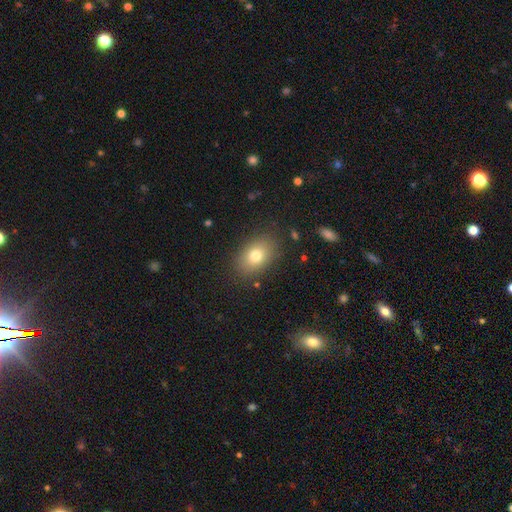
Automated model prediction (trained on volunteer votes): Q: Smooth or featured?
A: smooth (77%); runner-up: featured or disk (13%)
Q: How rounded?
A: in between (79%); runner-up: round (20%)
Q: Merging?
A: none (85%); runner-up: minor disturbance (10%)